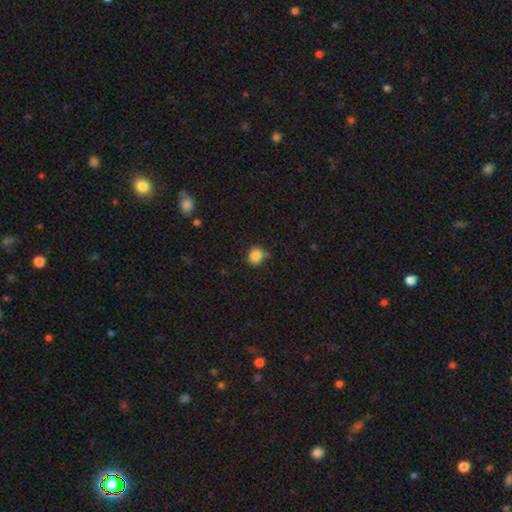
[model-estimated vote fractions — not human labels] A smooth galaxy with no disk features (86%) that is round (71%).

Vote fractions:
- Smooth or featured? smooth: 86% / star or artifact: 10% / featured or disk: 4%
- How rounded? round: 71% / in between: 28% / cigar-shaped: 1%
- Merging? none: 76% / minor disturbance: 15% / merger: 5% / major disturbance: 4%